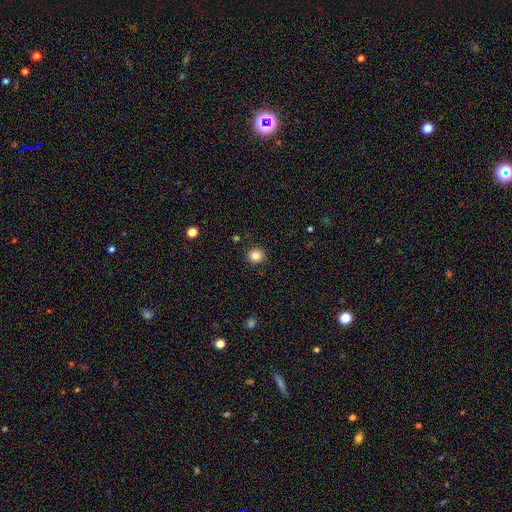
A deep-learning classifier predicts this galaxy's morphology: A smooth galaxy with no disk features (84%) that is round (88%).

Vote fractions:
- Smooth or featured? smooth: 84% / star or artifact: 11% / featured or disk: 5%
- How rounded? round: 88% / in between: 11% / cigar-shaped: 1%
- Merging? none: 91% / minor disturbance: 6% / major disturbance: 2% / merger: 1%